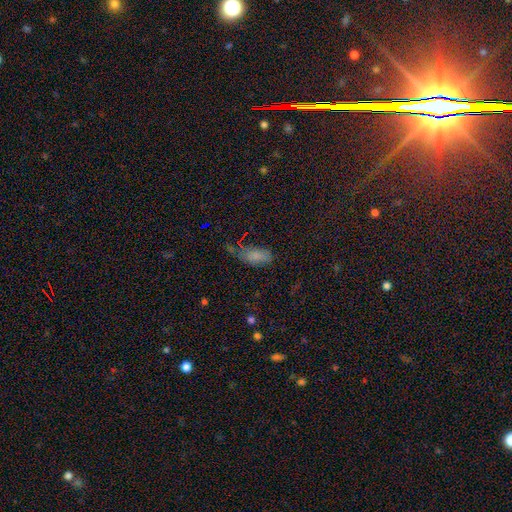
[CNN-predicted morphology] smooth-or-featured: smooth: 77% | star or artifact: 14% | featured or disk: 9%
  how-rounded: in between: 85% | cigar-shaped: 12% | round: 3%
  merging: none: 52% | minor disturbance: 31% | major disturbance: 11% | merger: 6%